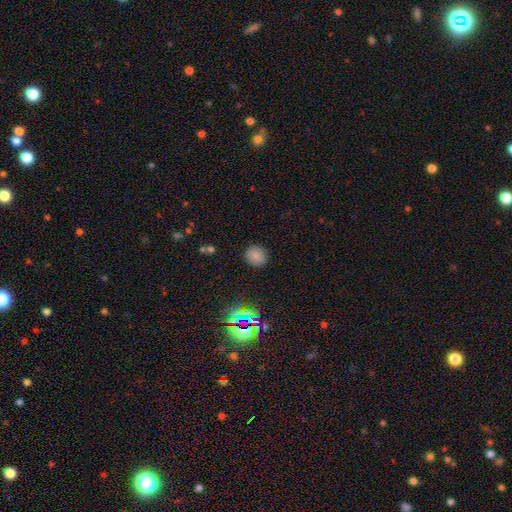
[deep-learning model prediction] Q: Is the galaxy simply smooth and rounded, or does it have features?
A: smooth — 78%.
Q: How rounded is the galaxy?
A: round — 83%.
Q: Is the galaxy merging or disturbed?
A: none — 89%.